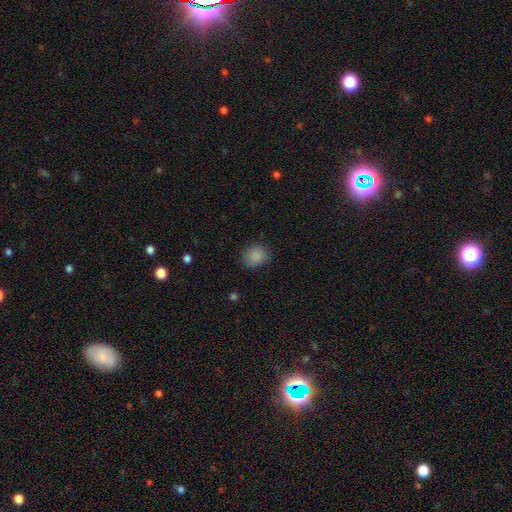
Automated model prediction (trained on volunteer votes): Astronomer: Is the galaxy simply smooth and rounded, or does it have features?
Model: smooth — 87%.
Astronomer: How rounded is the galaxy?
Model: round — 71%.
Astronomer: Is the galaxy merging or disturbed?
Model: none — 83%.